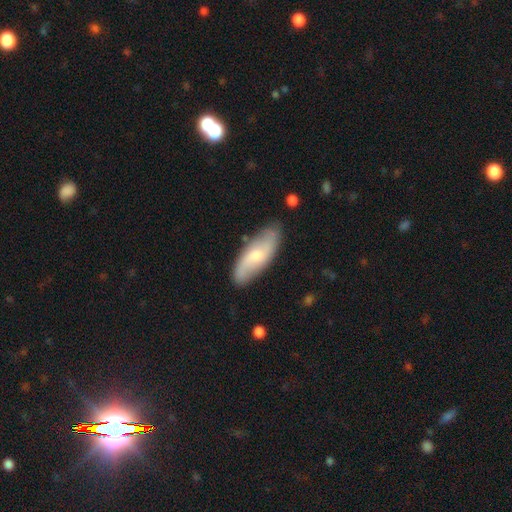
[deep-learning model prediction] Smooth or featured? smooth (48%)
Merging? none (80%)